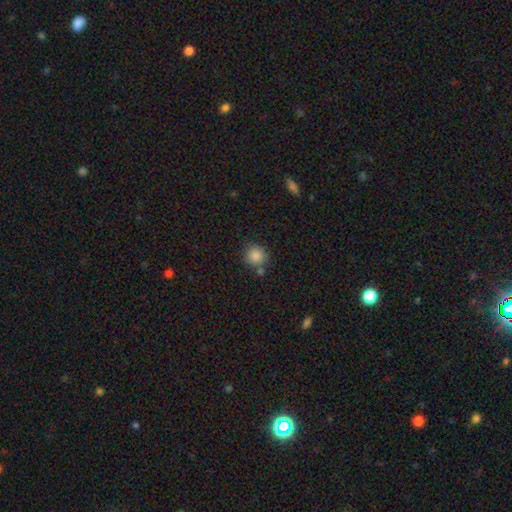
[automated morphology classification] Q: Smooth or featured?
A: smooth (86%); runner-up: star or artifact (10%)
Q: How rounded?
A: round (90%); runner-up: in between (9%)
Q: Merging?
A: none (73%); runner-up: minor disturbance (12%)